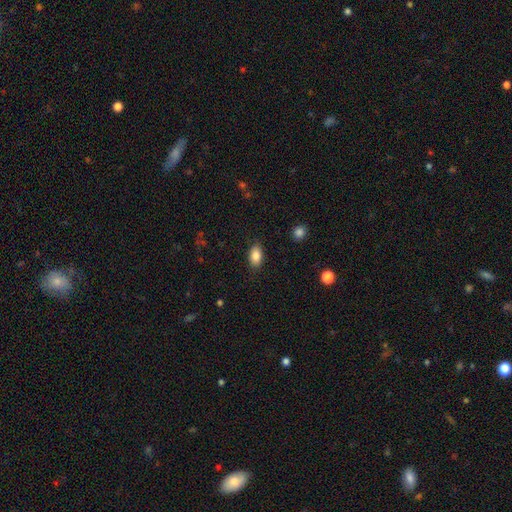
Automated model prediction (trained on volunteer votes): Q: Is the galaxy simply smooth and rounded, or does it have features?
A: smooth — 86%.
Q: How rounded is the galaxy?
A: in between — 90%.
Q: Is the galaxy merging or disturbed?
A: none — 86%.